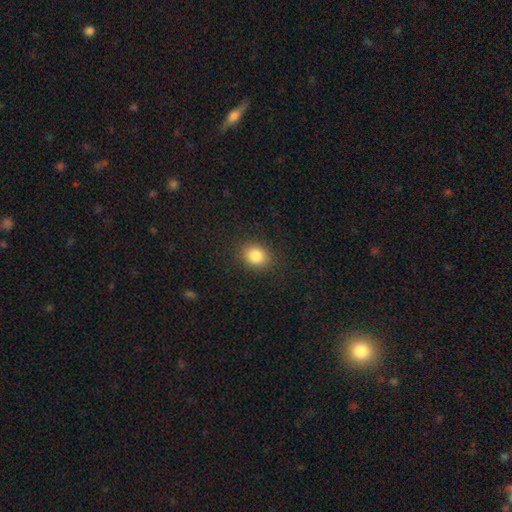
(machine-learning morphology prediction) Smooth or featured? Predicted: smooth (p=0.84). How rounded? Predicted: round (p=0.50). Merging? Predicted: none (p=0.87).